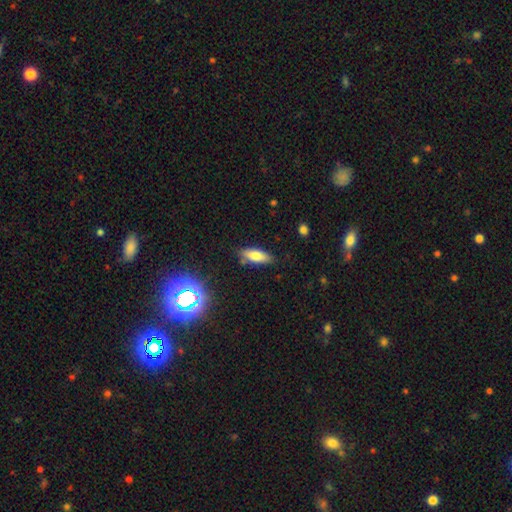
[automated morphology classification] Overall: smooth (71%). How rounded: in between (69%). Merging: none (82%).